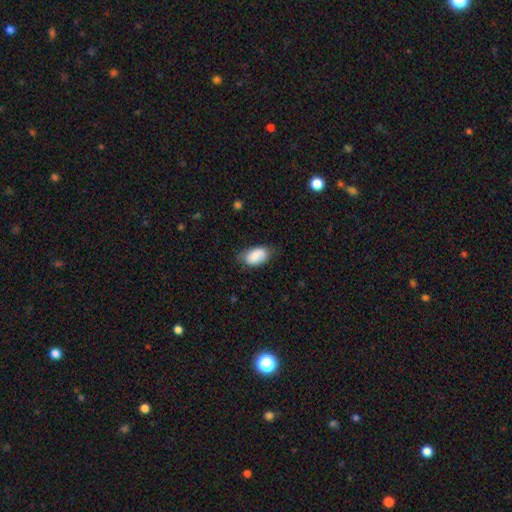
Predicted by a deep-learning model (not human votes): A smooth galaxy with no disk features (83%) that is in between round and cigar-shaped (93%).

Vote fractions:
- Smooth or featured? smooth: 83% / featured or disk: 10% / star or artifact: 7%
- How rounded? in between: 93% / round: 6% / cigar-shaped: 2%
- Merging? none: 66% / minor disturbance: 26% / major disturbance: 6% / merger: 2%